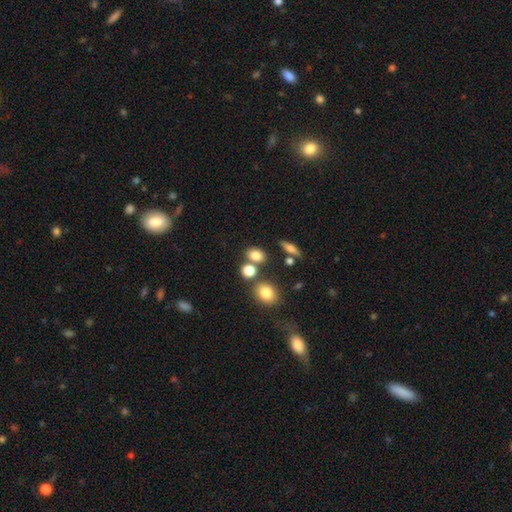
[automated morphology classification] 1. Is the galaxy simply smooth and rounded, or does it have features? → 78% smooth, 13% star or artifact, 9% featured or disk.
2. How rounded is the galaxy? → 54% in between, 43% round, 2% cigar-shaped.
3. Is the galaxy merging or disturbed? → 65% none, 20% merger, 11% minor disturbance, 4% major disturbance.